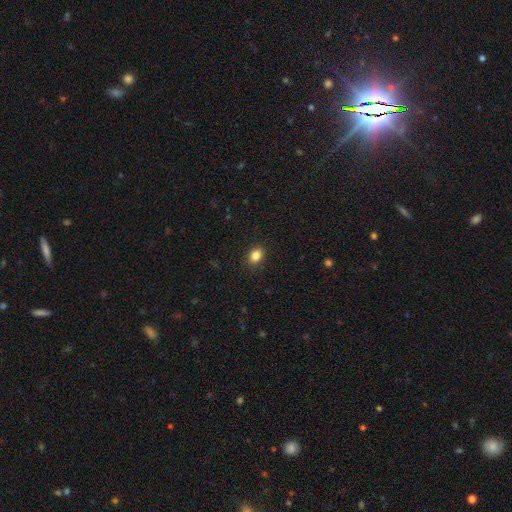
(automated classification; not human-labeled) Overall: smooth (85%). How rounded: in between (62%; round 37%). Merging: none (89%).